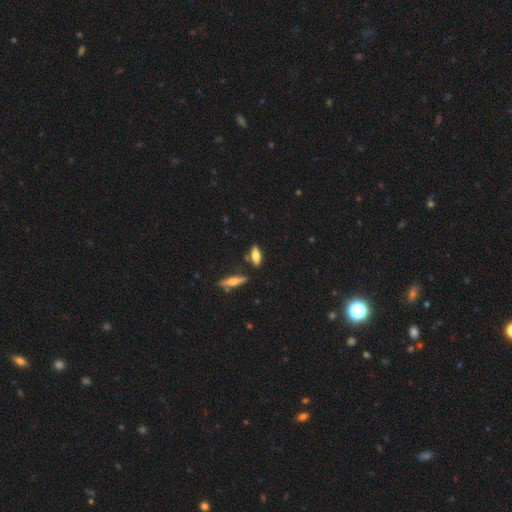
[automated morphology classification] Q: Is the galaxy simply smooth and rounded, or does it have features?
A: smooth — 61%.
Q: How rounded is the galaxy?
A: in between — 62%.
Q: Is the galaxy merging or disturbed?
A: none — 78%.